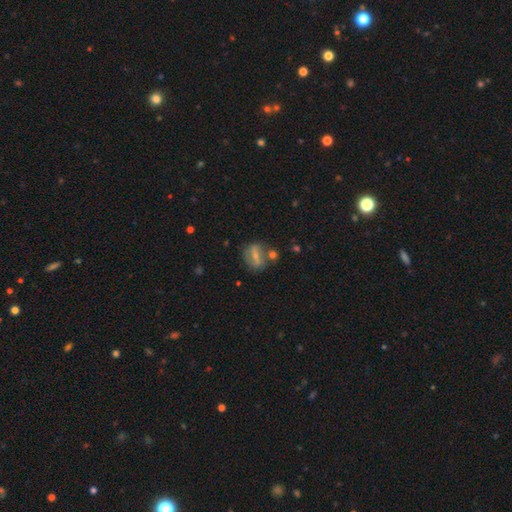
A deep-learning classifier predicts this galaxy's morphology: Overall: smooth (46%; featured or disk 44%). Merging: none (58%).